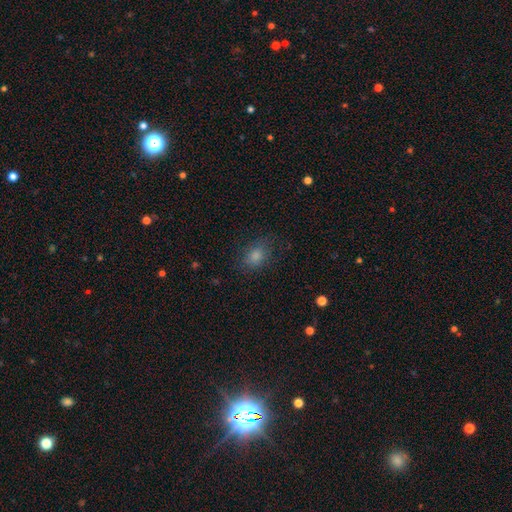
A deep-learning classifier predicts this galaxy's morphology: Smooth or featured? smooth (72%)
How rounded? in between (61%)
Merging? none (80%)